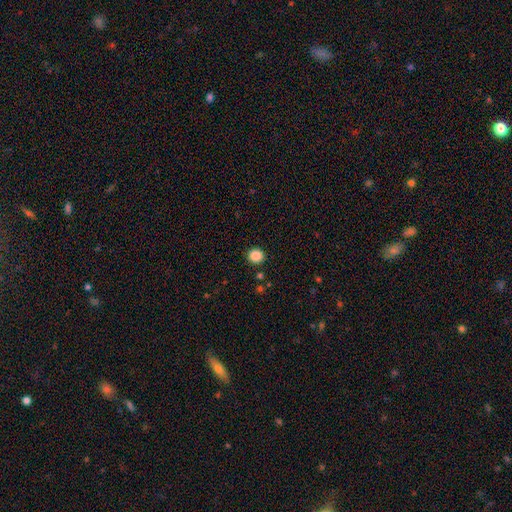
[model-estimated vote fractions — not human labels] This is clearly a smooth galaxy (88%). How rounded: clearly round (91%). Merging: clearly none (92%).